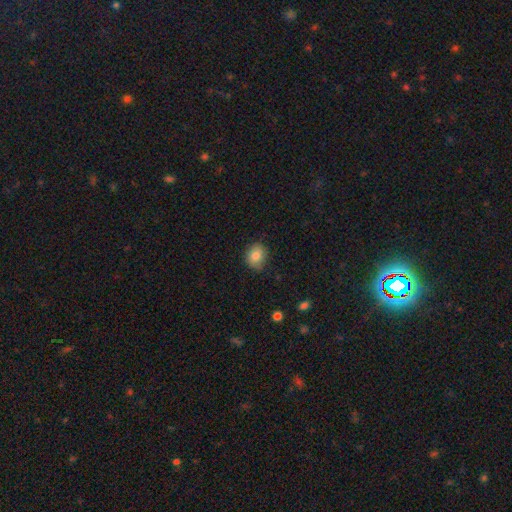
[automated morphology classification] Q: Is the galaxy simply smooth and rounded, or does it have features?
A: smooth — 84%.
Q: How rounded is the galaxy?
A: round — 60%.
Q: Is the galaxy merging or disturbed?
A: none — 81%.